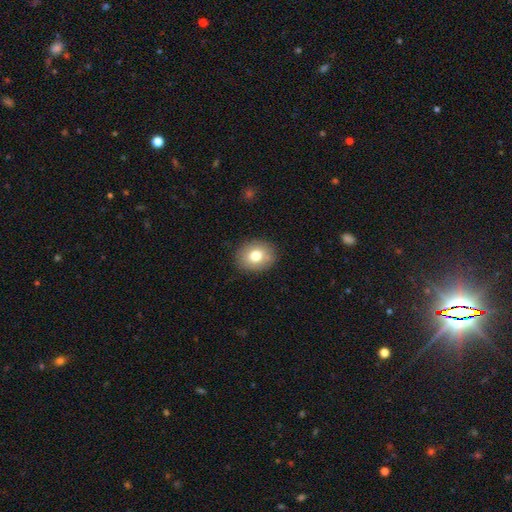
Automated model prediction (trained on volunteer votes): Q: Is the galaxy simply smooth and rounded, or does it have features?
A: smooth — 78%.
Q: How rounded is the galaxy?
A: round — 54%.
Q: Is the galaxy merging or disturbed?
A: none — 88%.